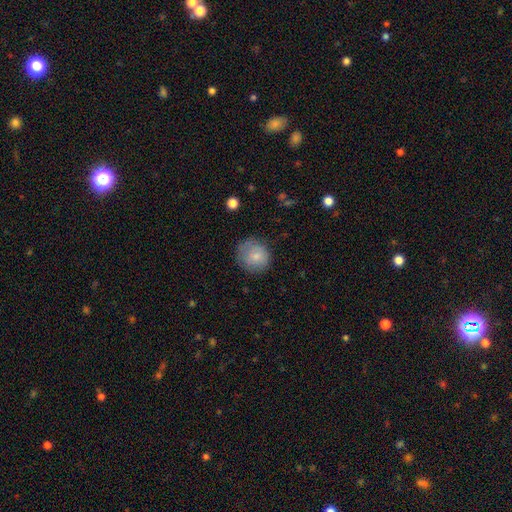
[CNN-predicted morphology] Smooth or featured?
  - smooth: 79% *
  - featured or disk: 13%
  - star or artifact: 8%
How rounded?
  - round: 87% *
  - in between: 12%
  - cigar-shaped: 1%
Merging?
  - none: 69% *
  - minor disturbance: 22%
  - major disturbance: 8%
  - merger: 1%